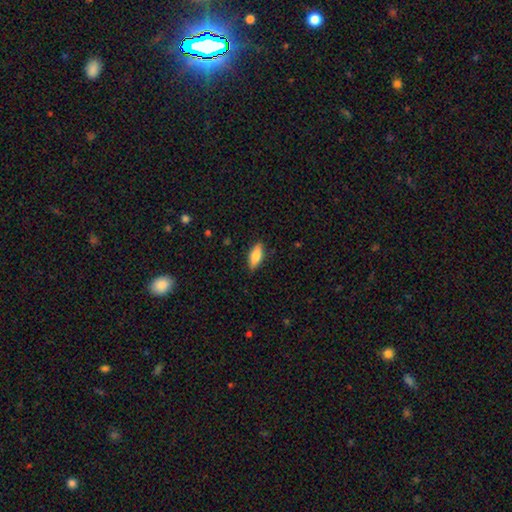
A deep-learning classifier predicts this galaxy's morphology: Q: Smooth or featured?
A: smooth (74%); runner-up: featured or disk (19%)
Q: How rounded?
A: in between (73%); runner-up: cigar-shaped (24%)
Q: Merging?
A: none (85%); runner-up: minor disturbance (11%)